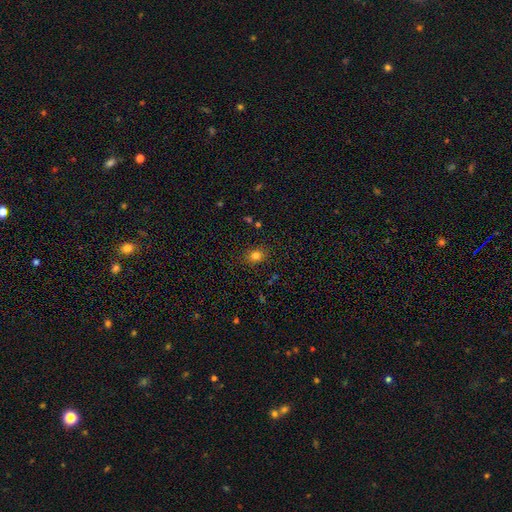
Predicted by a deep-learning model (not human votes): Smooth or featured? smooth (80%)
How rounded? round (57%)
Merging? none (86%)